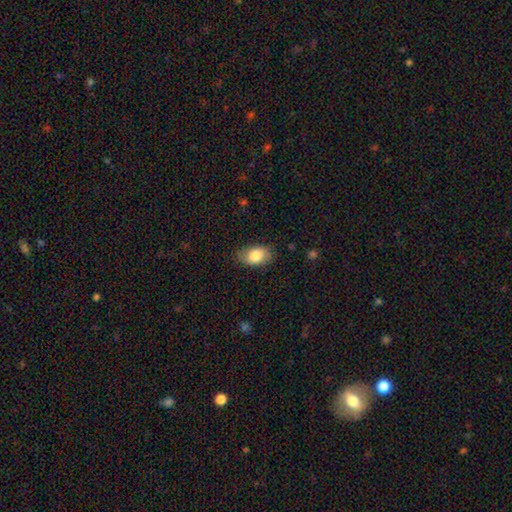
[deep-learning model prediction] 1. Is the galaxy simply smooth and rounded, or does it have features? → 81% smooth, 13% featured or disk, 6% star or artifact.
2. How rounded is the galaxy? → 91% in between, 7% round, 2% cigar-shaped.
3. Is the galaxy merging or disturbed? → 80% none, 15% minor disturbance, 4% major disturbance, 1% merger.